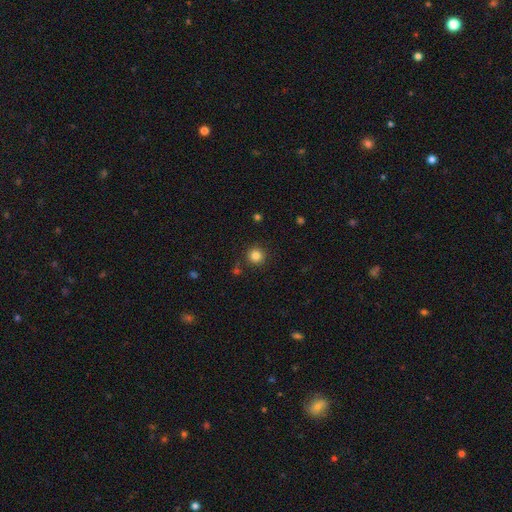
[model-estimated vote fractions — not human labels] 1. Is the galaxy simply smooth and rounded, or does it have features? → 84% smooth, 12% star or artifact, 4% featured or disk.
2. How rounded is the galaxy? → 95% round, 4% in between, 1% cigar-shaped.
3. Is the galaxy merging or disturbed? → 89% none, 6% minor disturbance, 3% merger, 2% major disturbance.